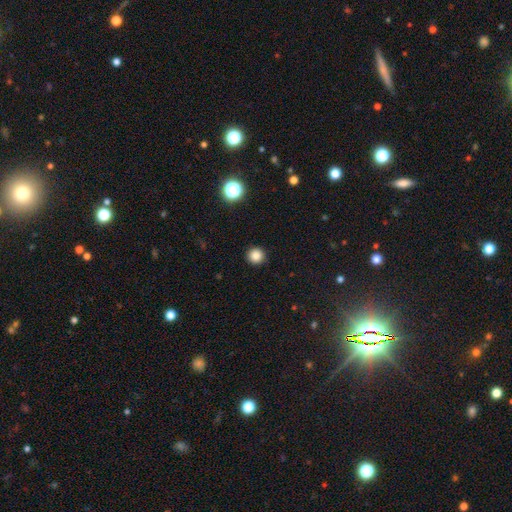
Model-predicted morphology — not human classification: smooth_or_featured: smooth (p=0.84) [alt: star or artifact p=0.12]
how_rounded: round (p=0.96) [alt: in between p=0.04]
merging: none (p=0.93) [alt: minor disturbance p=0.05]